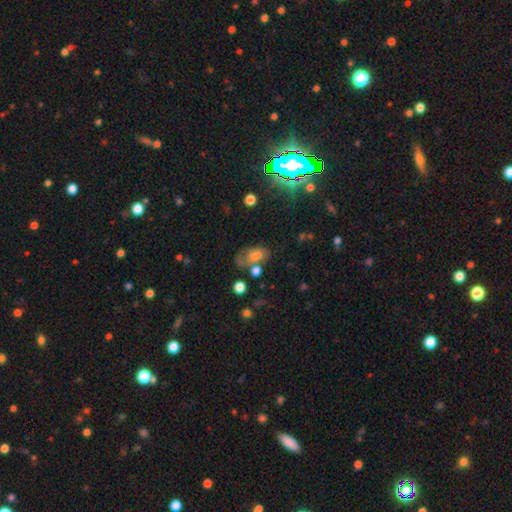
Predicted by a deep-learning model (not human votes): Q: Smooth or featured?
A: smooth (47%); runner-up: featured or disk (30%)
Q: Merging?
A: none (39%); runner-up: minor disturbance (22%)